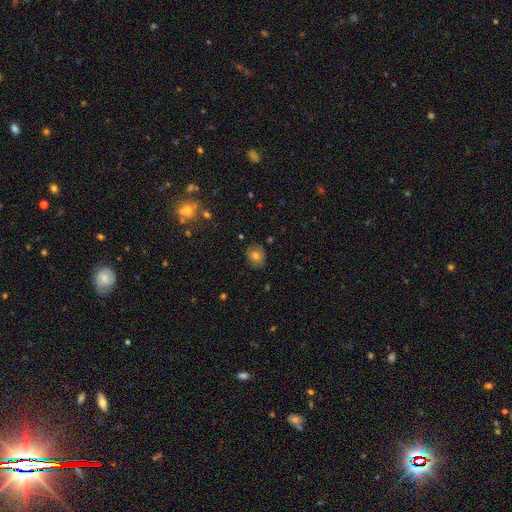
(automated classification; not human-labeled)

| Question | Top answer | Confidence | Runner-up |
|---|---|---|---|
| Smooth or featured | smooth | 70% | featured or disk (18%) |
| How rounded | round | 62% | in between (37%) |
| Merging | none | 82% | minor disturbance (13%) |